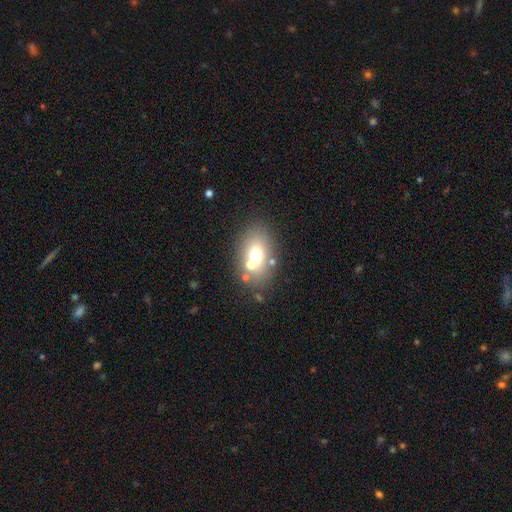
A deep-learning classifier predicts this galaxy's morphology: type=smooth (65%); roundness=in between (72%); merging=none (65%).